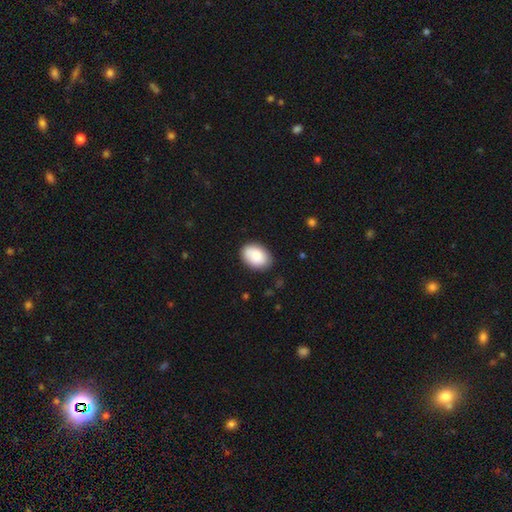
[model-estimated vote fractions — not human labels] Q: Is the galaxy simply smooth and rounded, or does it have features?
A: smooth — 83%.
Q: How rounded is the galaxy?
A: in between — 82%.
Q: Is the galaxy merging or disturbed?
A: none — 83%.